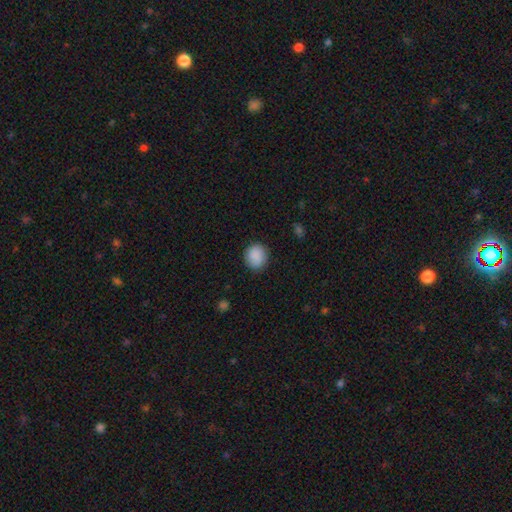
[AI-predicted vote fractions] Smooth or featured? Predicted: smooth (p=0.89). How rounded? Predicted: round (p=0.82). Merging? Predicted: none (p=0.87).